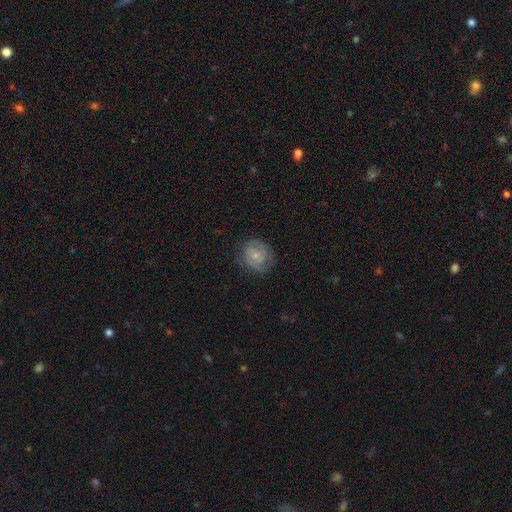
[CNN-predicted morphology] Smooth or featured? Predicted: featured or disk (p=0.61). Edge-on disk? Predicted: no (p=0.98). Bar? Predicted: no (p=0.69). Spiral arms? Predicted: yes (p=0.88). Spiral winding? Predicted: tight (p=0.56). Spiral arm count? Predicted: 2 (p=0.59). Bulge size? Predicted: small (p=0.63). Merging? Predicted: none (p=0.75).